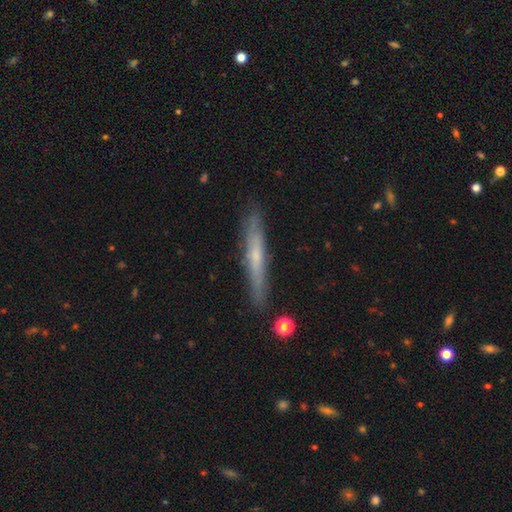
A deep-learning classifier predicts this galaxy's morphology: Smooth or featured?
  - smooth: 47% * (tied)
  - featured or disk: 47% * (tied)
  - star or artifact: 6%
Merging?
  - none: 86% *
  - minor disturbance: 11%
  - major disturbance: 2%
  - merger: 2%